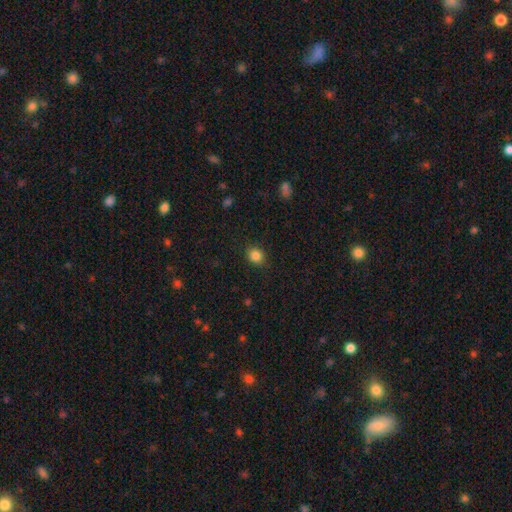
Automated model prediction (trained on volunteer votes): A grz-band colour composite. It shows a smooth galaxy with no disk features (85%) that is round (68%). Merging: none (87%).